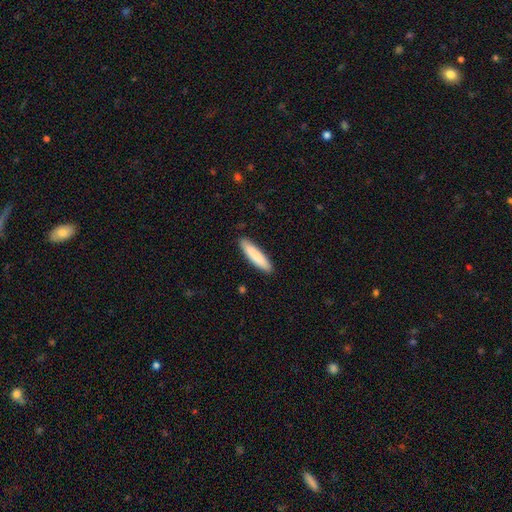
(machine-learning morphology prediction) smooth_or_featured: smooth (p=0.85) [alt: featured or disk p=0.09]
how_rounded: cigar-shaped (p=0.83) [alt: in between p=0.16]
merging: none (p=0.90) [alt: minor disturbance p=0.08]